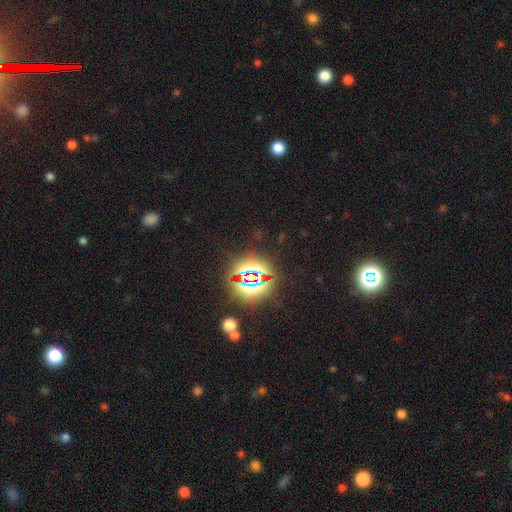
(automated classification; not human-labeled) Morphology: type=star or artifact (82%).